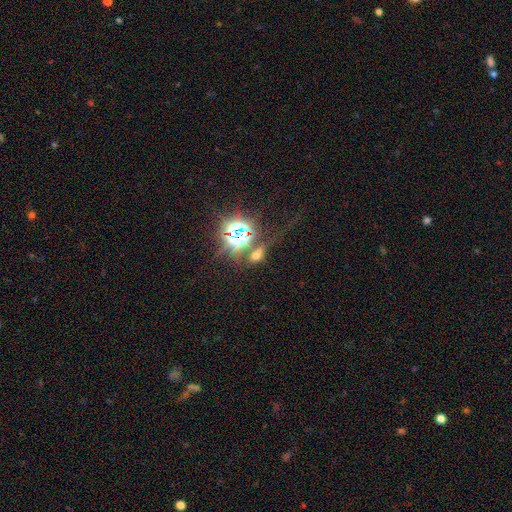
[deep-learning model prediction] Smooth or featured? star or artifact (55%)